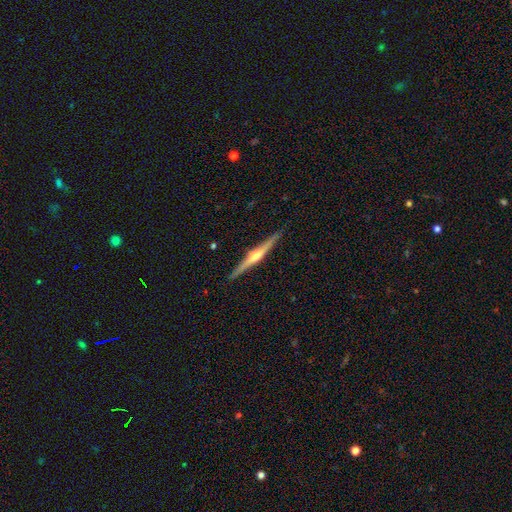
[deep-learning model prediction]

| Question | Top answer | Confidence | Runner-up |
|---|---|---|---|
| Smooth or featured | featured or disk | 78% | smooth (16%) |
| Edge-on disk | yes | 98% | no (2%) |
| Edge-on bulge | rounded | 85% | none (8%) |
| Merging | none | 91% | minor disturbance (7%) |